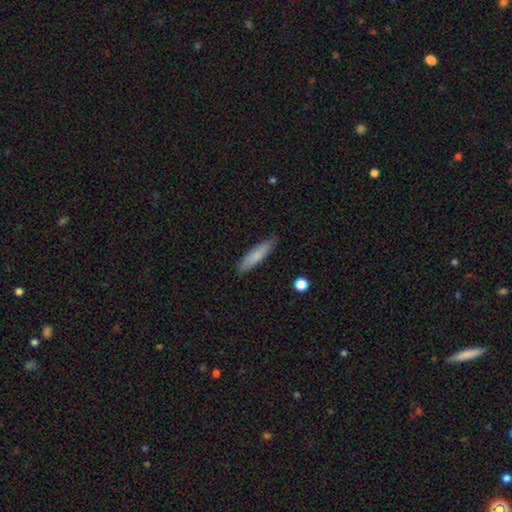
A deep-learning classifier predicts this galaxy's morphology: Smooth or featured?
  - smooth: 79% *
  - featured or disk: 14%
  - star or artifact: 6%
How rounded?
  - cigar-shaped: 81% *
  - in between: 18%
  - round: 1%
Merging?
  - none: 87% *
  - minor disturbance: 10%
  - major disturbance: 2%
  - merger: 1%